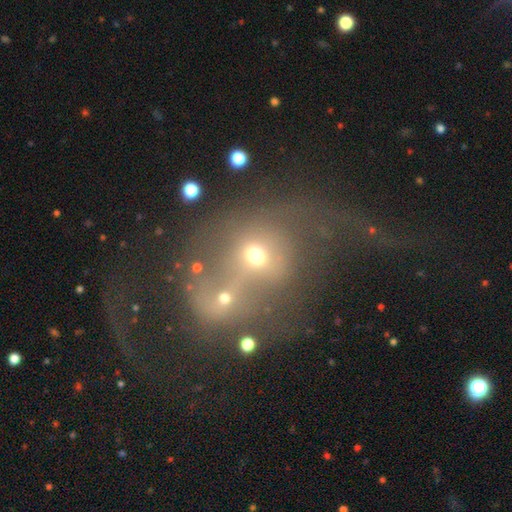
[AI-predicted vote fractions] Morphology: type=smooth (56%); roundness=round (73%); merging=merger (63%).